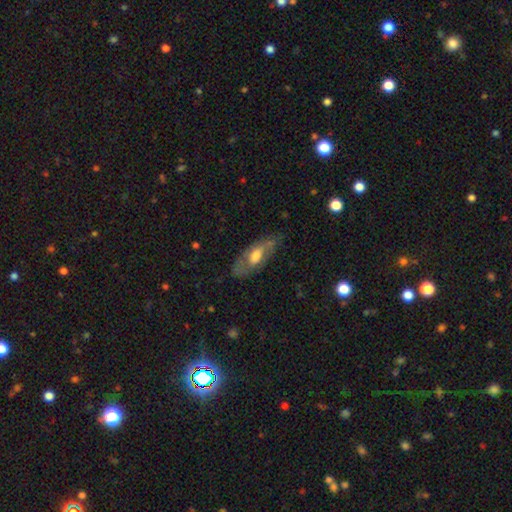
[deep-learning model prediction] This appears to be a featured or disk galaxy (56%). Merging: none (63%).